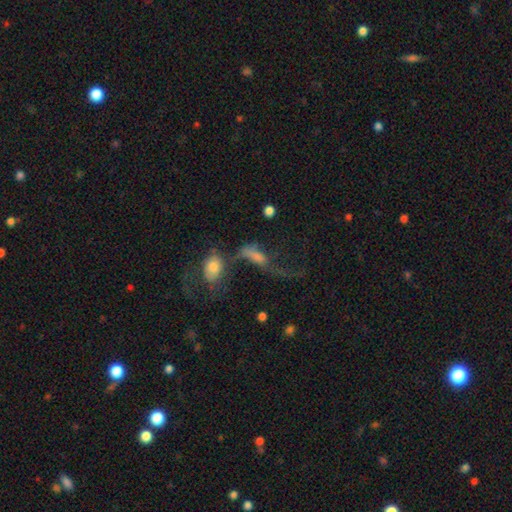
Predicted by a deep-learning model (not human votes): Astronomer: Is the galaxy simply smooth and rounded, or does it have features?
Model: smooth — 55% (runner-up: featured or disk, 30%).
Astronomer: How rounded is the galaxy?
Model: in between — 71%.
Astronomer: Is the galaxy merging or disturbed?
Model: merger — 35% (runner-up: major disturbance, 34%).